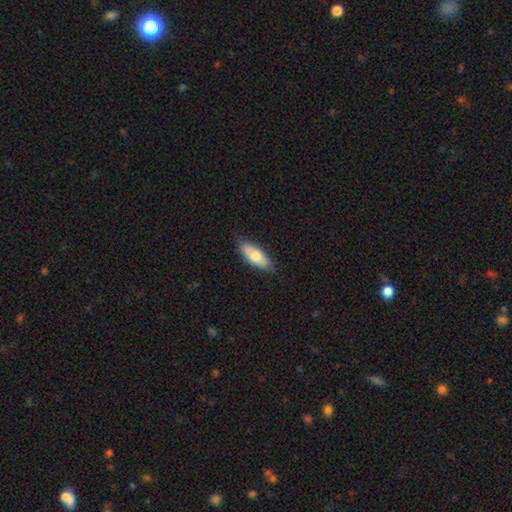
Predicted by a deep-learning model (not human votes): This appears to be a smooth galaxy with no disk features (68%) that is in between round and cigar-shaped (74%). Merging: none (81%).